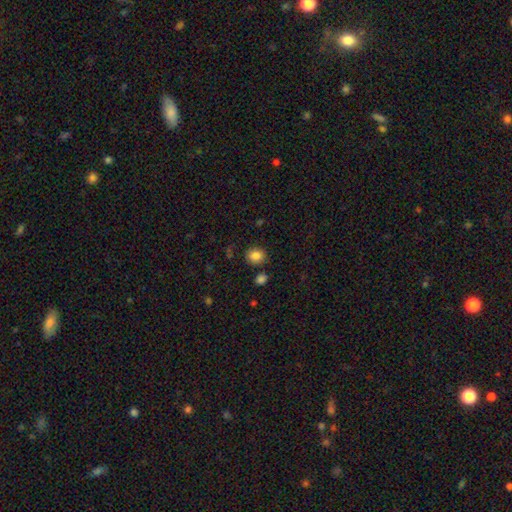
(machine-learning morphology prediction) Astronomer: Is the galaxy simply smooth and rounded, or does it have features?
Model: smooth — 85%.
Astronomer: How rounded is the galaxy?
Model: round — 70%.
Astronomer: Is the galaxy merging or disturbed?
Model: none — 83%.